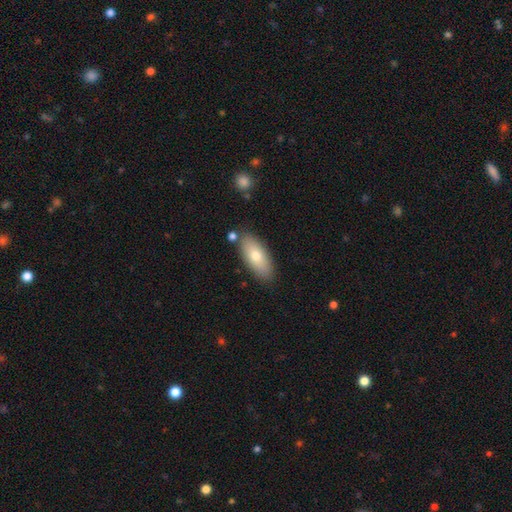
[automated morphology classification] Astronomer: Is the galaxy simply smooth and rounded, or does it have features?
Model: smooth — 73%.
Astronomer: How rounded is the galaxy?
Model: in between — 84%.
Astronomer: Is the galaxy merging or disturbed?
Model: none — 83%.